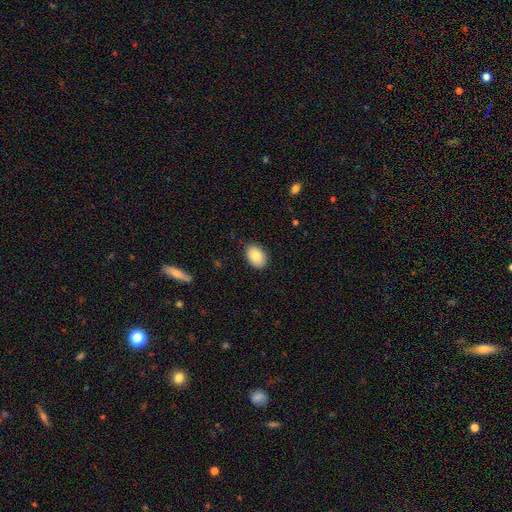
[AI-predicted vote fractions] This appears to be a smooth galaxy with no disk features (81%) that is in between round and cigar-shaped (80%). Merging: none (85%).